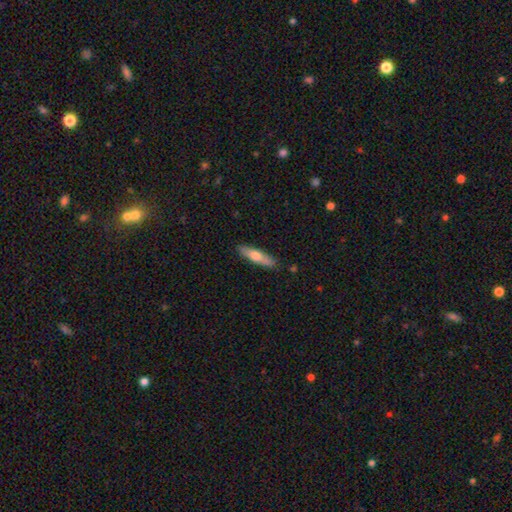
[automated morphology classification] This is likely a smooth galaxy (62%). How rounded: likely cigar-shaped (77%). Merging: clearly none (87%).